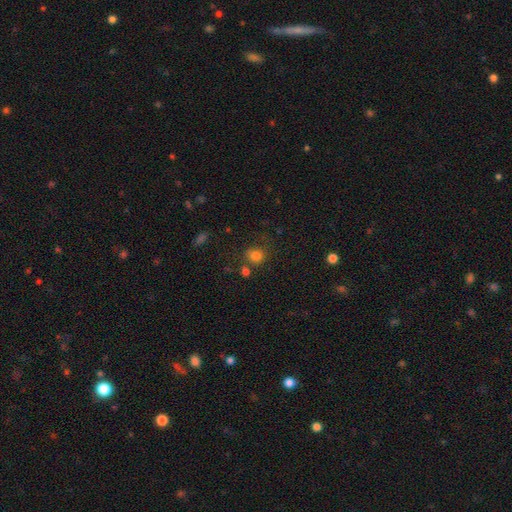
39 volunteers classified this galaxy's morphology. Q: Smooth or featured?
A: smooth (85%); runner-up: featured or disk (10%)
Q: How rounded?
A: round (67%); runner-up: in between (33%)
Q: Merging?
A: none (54%); runner-up: minor disturbance (22%)